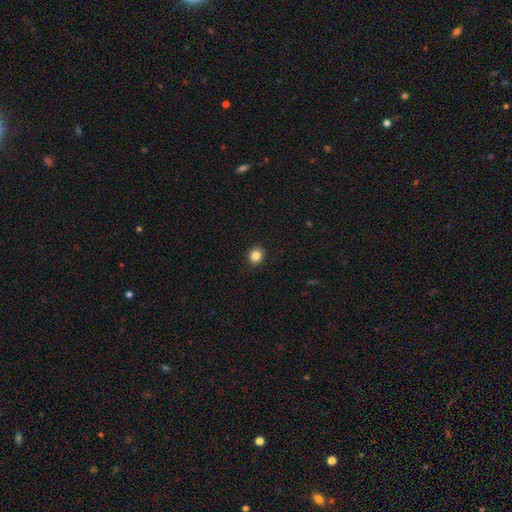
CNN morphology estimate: type=smooth (85%); roundness=round (83%); merging=none (92%).